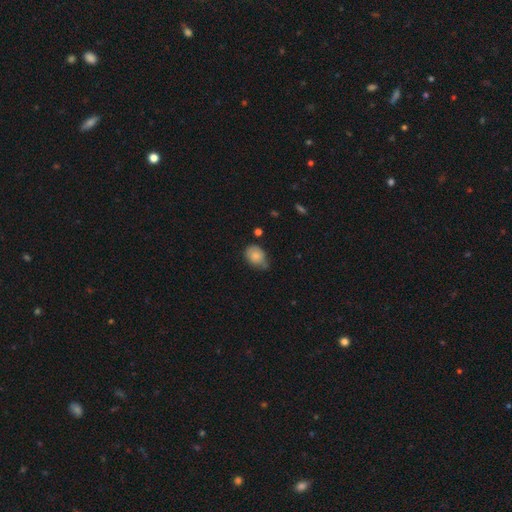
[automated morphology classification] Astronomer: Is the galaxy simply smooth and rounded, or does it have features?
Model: smooth — 82%.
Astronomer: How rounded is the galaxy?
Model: in between — 62% (runner-up: round, 37%).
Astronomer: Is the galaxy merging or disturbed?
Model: none — 50% (runner-up: minor disturbance, 36%).